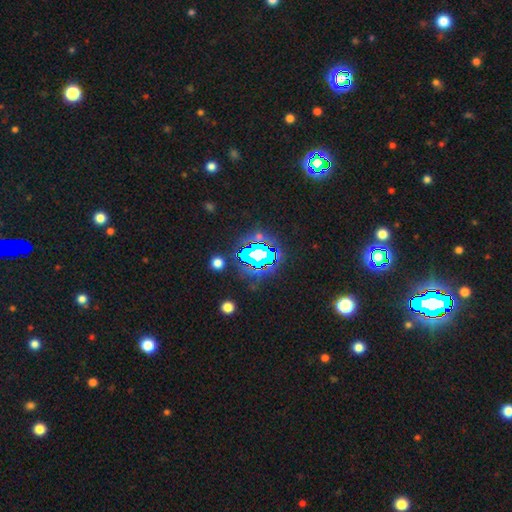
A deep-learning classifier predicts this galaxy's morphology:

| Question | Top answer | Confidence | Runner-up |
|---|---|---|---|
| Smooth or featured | star or artifact | 71% | smooth (17%) |